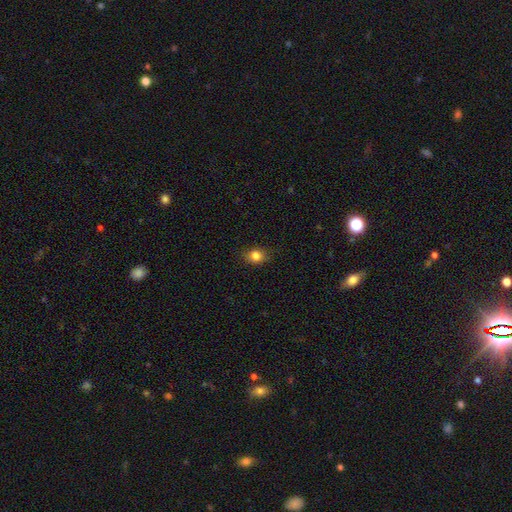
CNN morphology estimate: smooth-or-featured: smooth: 82% | star or artifact: 11% | featured or disk: 7%
  how-rounded: round: 57% | in between: 42% | cigar-shaped: 1%
  merging: none: 82% | minor disturbance: 14% | major disturbance: 3% | merger: 1%